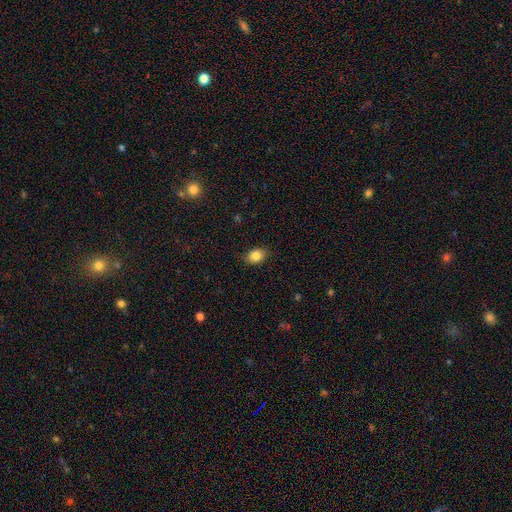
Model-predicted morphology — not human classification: smooth_or_featured: smooth (p=0.86) [alt: star or artifact p=0.09]
how_rounded: in between (p=0.70) [alt: round p=0.29]
merging: none (p=0.84) [alt: minor disturbance p=0.12]